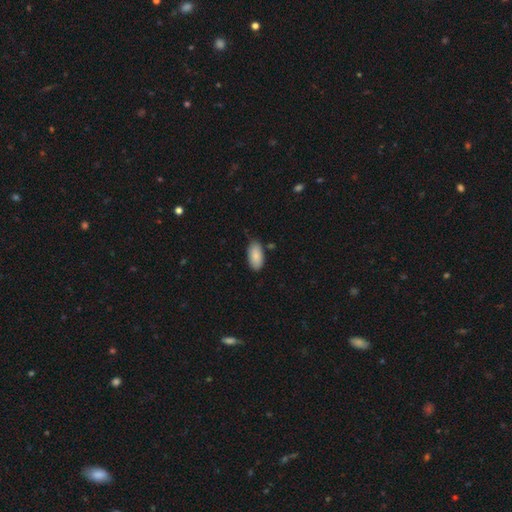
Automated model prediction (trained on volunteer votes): The model was most divided on "merging": none: 77%, minor disturbance: 18%, merger: 3%, major disturbance: 3%. More confident: how rounded — in between (94%); smooth or featured — smooth (88%).